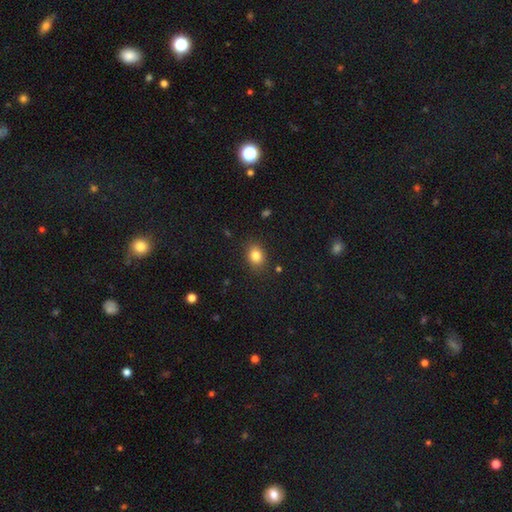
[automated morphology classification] Smooth or featured: smooth — 83% (star or artifact — 10%)
How rounded: in between — 58% (round — 41%)
Merging: none — 85% (minor disturbance — 11%)